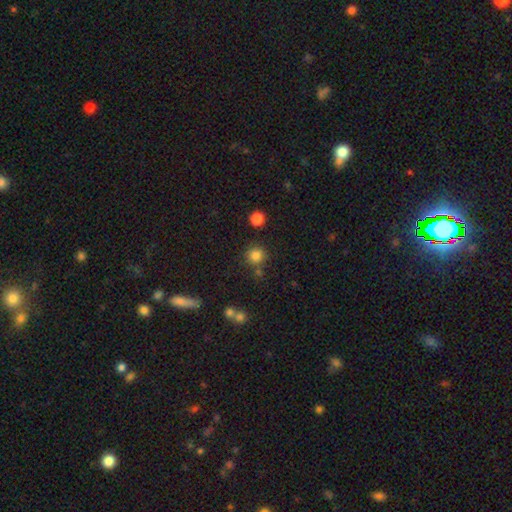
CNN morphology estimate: A smooth galaxy with no disk features (82%) that is round (93%).

Vote fractions:
- Smooth or featured? smooth: 82% / star or artifact: 13% / featured or disk: 5%
- How rounded? round: 93% / in between: 6% / cigar-shaped: 1%
- Merging? none: 81% / minor disturbance: 9% / merger: 8% / major disturbance: 3%